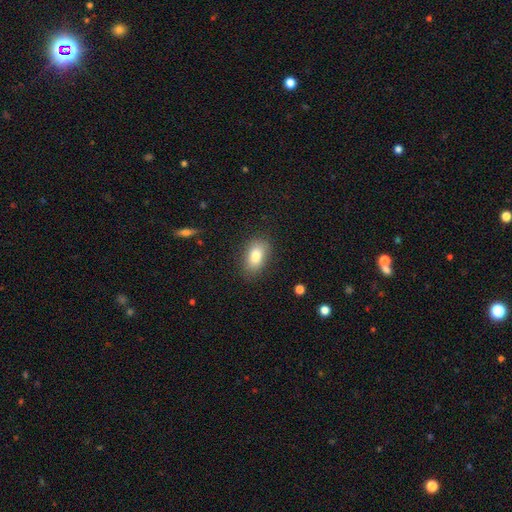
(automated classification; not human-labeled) Smooth or featured: smooth — 83% (featured or disk — 9%)
How rounded: in between — 89% (round — 9%)
Merging: none — 83% (minor disturbance — 13%)